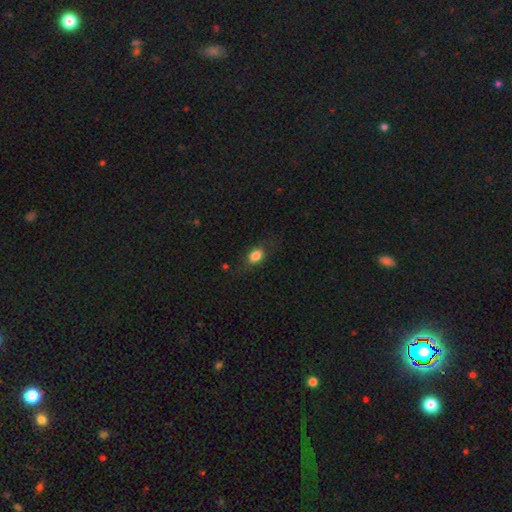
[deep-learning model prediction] smooth 80%, featured or disk 11%, star or artifact 9%. Down the decision tree: how rounded — in between (77%); merging — none (72%).